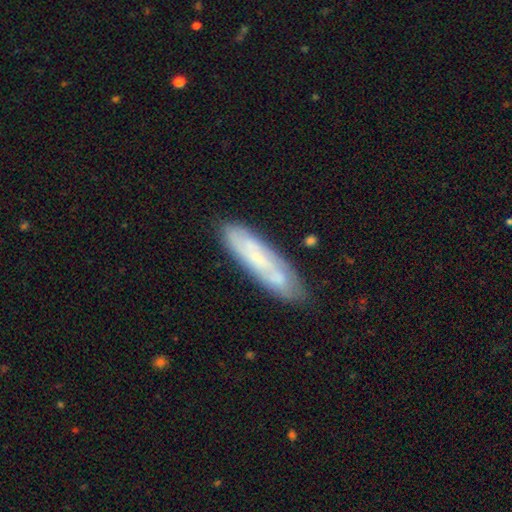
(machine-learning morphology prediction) featured or disk 52%, smooth 41%, star or artifact 7%. Down the decision tree: edge-on disk — no (70%); merging — none (77%).